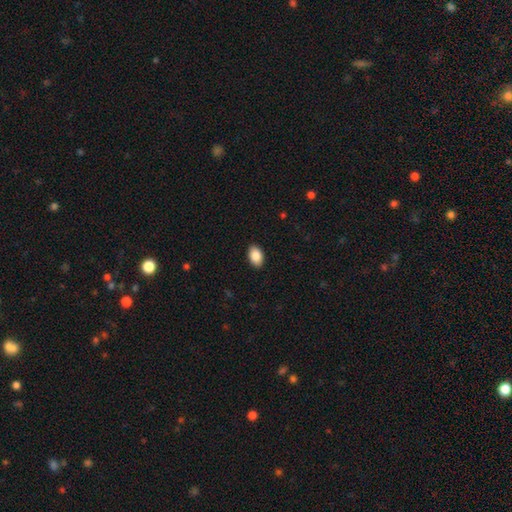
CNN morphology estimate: Smooth or featured? Predicted: smooth (p=0.88). How rounded? Predicted: in between (p=0.91). Merging? Predicted: none (p=0.90).